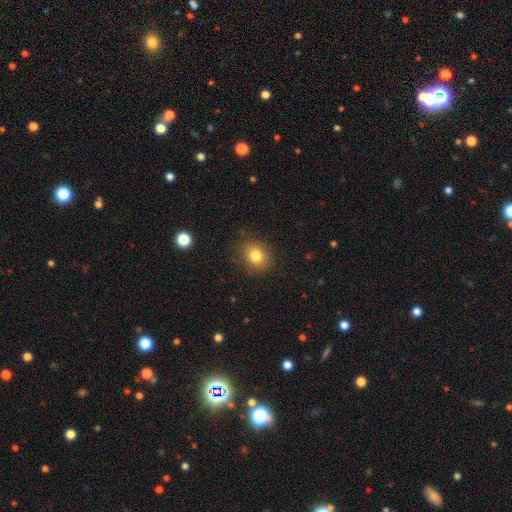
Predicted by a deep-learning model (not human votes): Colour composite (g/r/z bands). It shows a smooth galaxy with no disk features (81%) that is round (56%). Merging: none (86%).